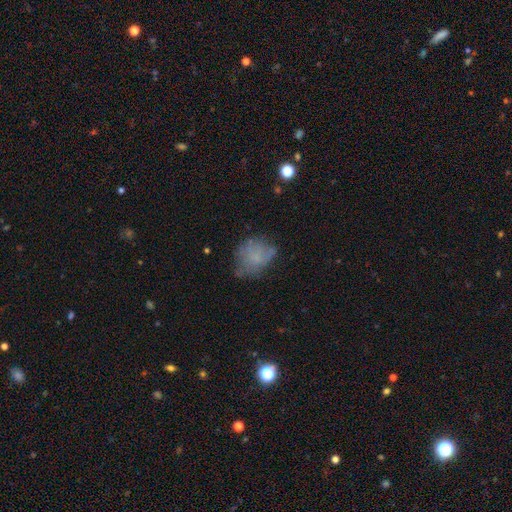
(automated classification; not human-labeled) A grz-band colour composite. It shows a smooth galaxy with no disk features (60%) that is in between round and cigar-shaped (50%). Merging: none (49%).